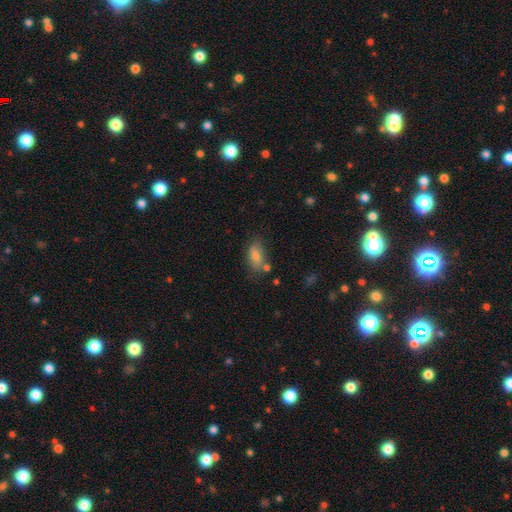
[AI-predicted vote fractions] Smooth or featured? Predicted: smooth (p=0.77). How rounded? Predicted: in between (p=0.88). Merging? Predicted: none (p=0.63).